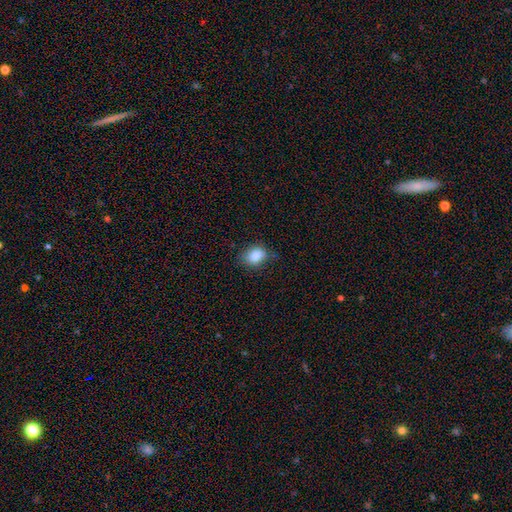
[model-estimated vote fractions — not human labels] Smooth or featured? smooth (84%)
How rounded? in between (60%)
Merging? none (71%)